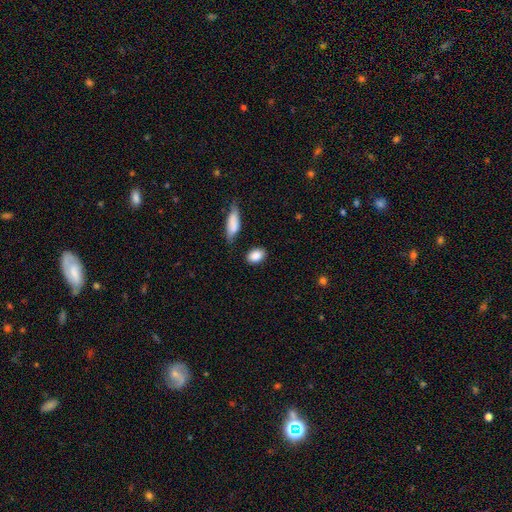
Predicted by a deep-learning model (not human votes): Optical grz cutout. It shows a smooth galaxy with no disk features (88%) that is in between round and cigar-shaped (81%). Merging: none (76%).